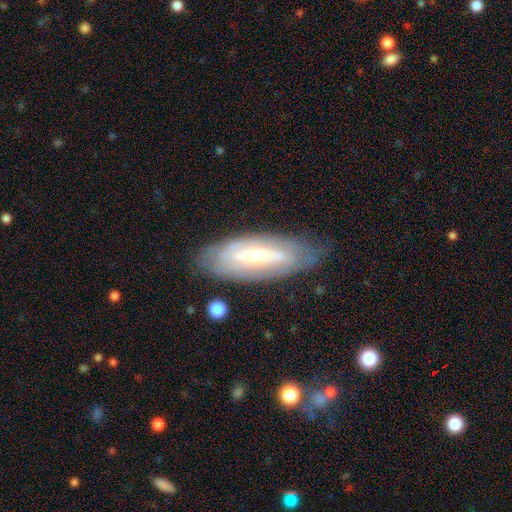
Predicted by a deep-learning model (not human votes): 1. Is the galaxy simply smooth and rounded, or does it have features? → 68% featured or disk, 25% smooth, 7% star or artifact.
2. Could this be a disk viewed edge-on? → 80% no, 20% yes.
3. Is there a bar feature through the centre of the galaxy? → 38% no, 31% weak, 31% strong.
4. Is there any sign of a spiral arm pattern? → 62% yes, 38% no.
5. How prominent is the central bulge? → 49% small, 46% moderate, 3% large, 1% none, 1% dominant.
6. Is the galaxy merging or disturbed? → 77% none, 17% minor disturbance, 5% major disturbance, 2% merger.